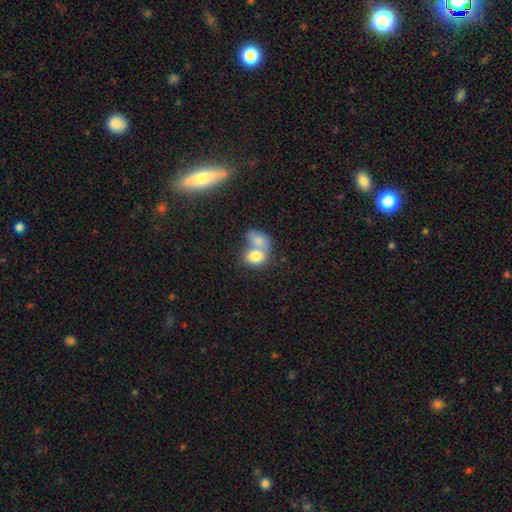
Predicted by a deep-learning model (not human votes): The model was most divided on "how rounded": in between: 70%, round: 28%, cigar-shaped: 1%. More confident: smooth or featured — smooth (78%); merging — merger (68%).